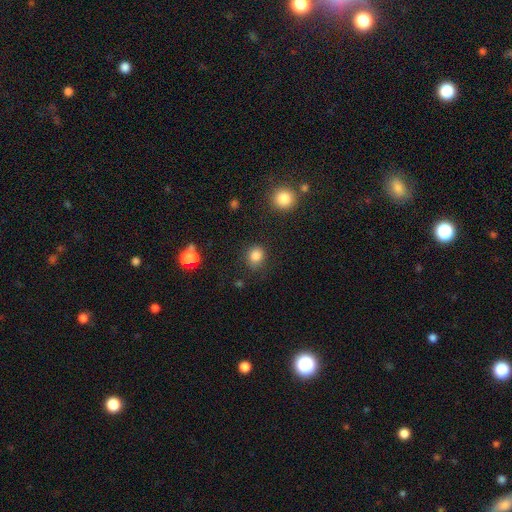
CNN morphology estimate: smooth-or-featured: smooth: 84% | star or artifact: 12% | featured or disk: 5%
  how-rounded: round: 70% | in between: 29% | cigar-shaped: 1%
  merging: none: 79% | minor disturbance: 15% | major disturbance: 4% | merger: 2%